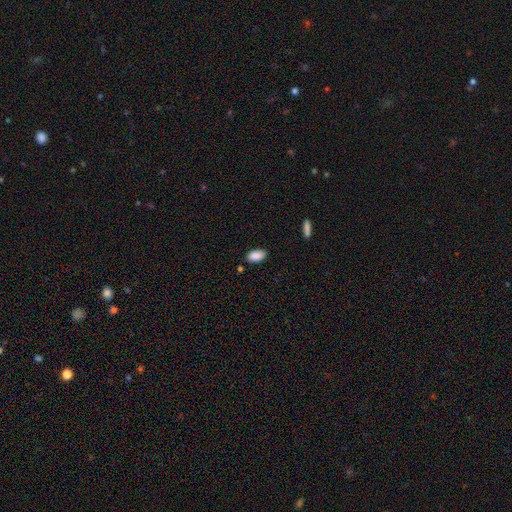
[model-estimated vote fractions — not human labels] Q: Smooth or featured?
A: smooth (89%); runner-up: star or artifact (7%)
Q: How rounded?
A: in between (93%); runner-up: cigar-shaped (4%)
Q: Merging?
A: none (81%); runner-up: minor disturbance (13%)